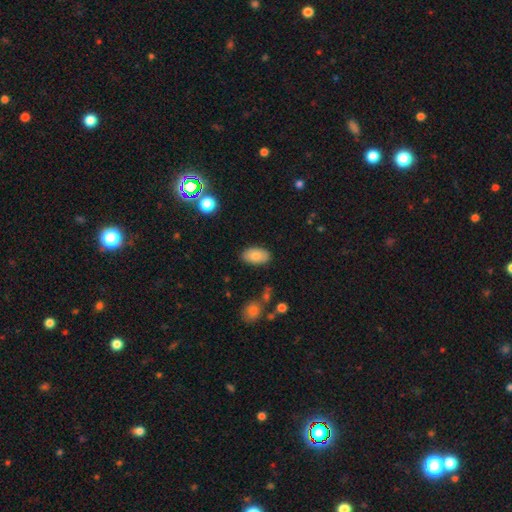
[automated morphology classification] A smooth galaxy with no disk features (81%) that is in between round and cigar-shaped (94%).

Vote fractions:
- Smooth or featured? smooth: 81% / featured or disk: 11% / star or artifact: 8%
- How rounded? in between: 94% / round: 5% / cigar-shaped: 2%
- Merging? none: 85% / minor disturbance: 10% / major disturbance: 3% / merger: 2%